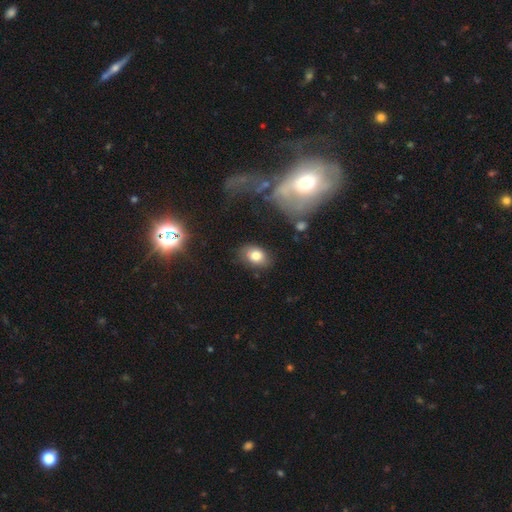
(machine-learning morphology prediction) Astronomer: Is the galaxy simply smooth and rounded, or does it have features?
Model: smooth — 79%.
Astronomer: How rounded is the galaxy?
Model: in between — 78%.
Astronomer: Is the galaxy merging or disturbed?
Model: none — 78%.